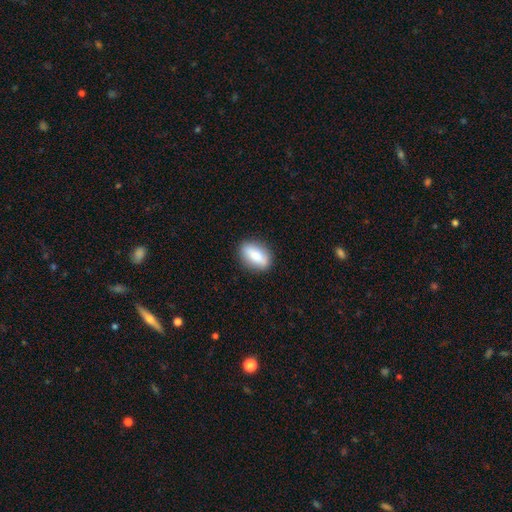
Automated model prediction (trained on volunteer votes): A smooth galaxy with no disk features (76%) that is in between round and cigar-shaped (80%).

Vote fractions:
- Smooth or featured? smooth: 76% / featured or disk: 17% / star or artifact: 7%
- How rounded? in between: 80% / cigar-shaped: 11% / round: 9%
- Merging? none: 86% / minor disturbance: 10% / major disturbance: 3% / merger: 1%